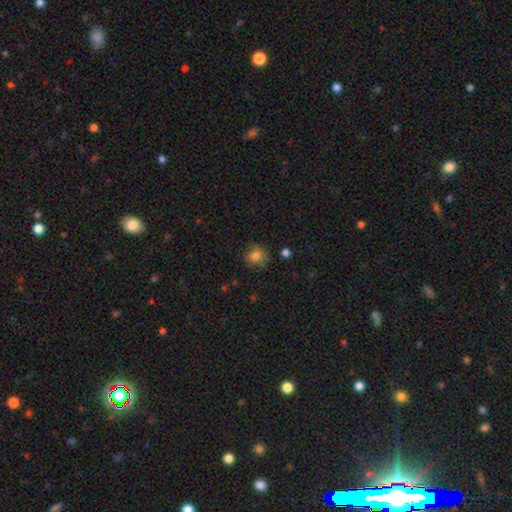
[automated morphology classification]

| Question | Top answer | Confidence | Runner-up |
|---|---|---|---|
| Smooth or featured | smooth | 80% | star or artifact (11%) |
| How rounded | round | 76% | in between (23%) |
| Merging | none | 73% | minor disturbance (20%) |